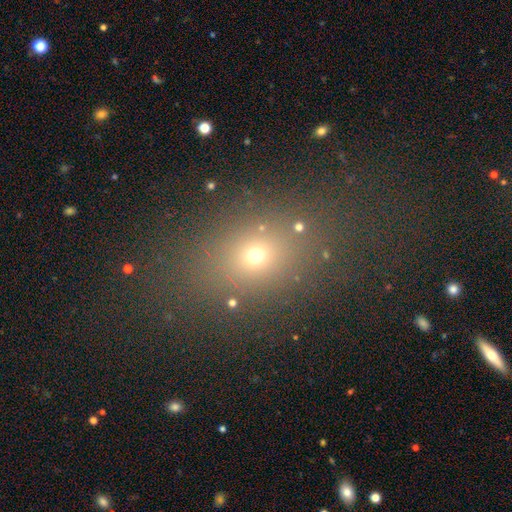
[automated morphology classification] A smooth galaxy with no disk features (61%) that is in between round and cigar-shaped (58%).

Vote fractions:
- Smooth or featured? smooth: 61% / star or artifact: 27% / featured or disk: 12%
- How rounded? in between: 58% / round: 39% / cigar-shaped: 3%
- Merging? none: 80% / minor disturbance: 10% / major disturbance: 7% / merger: 4%